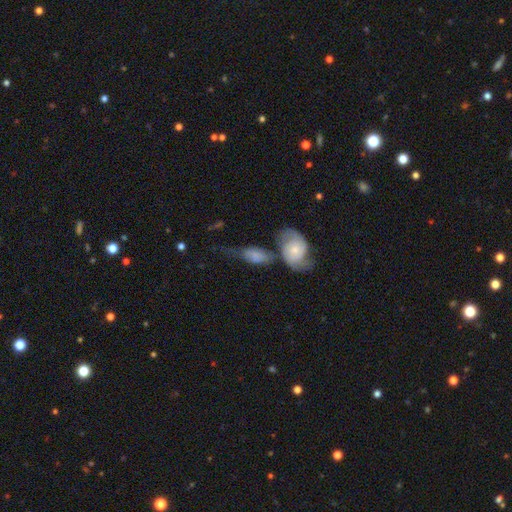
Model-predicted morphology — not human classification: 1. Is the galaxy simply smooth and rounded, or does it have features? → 60% smooth, 33% featured or disk, 8% star or artifact.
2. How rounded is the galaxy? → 81% in between, 10% cigar-shaped, 9% round.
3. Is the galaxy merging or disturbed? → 38% merger, 26% none, 19% minor disturbance, 17% major disturbance.